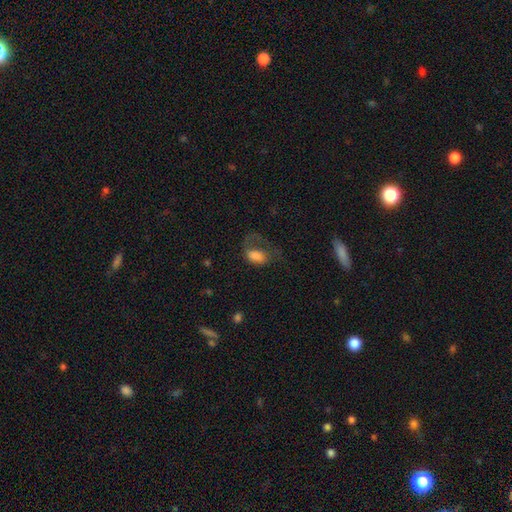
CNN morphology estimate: smooth_or_featured: smooth (p=0.67) [alt: featured or disk p=0.23]
how_rounded: in between (p=0.88) [alt: round p=0.10]
merging: major disturbance (p=0.56) [alt: none p=0.24]